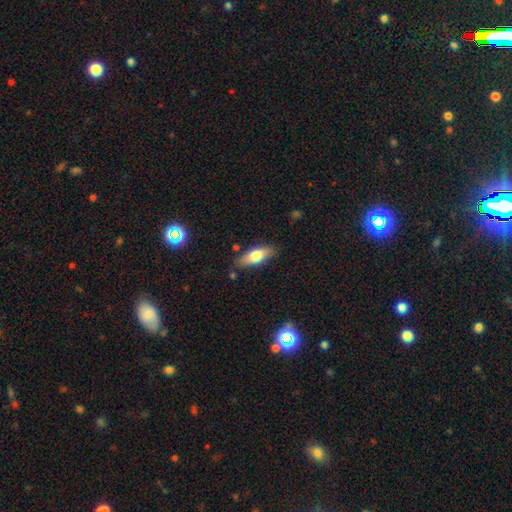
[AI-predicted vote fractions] Overall: smooth (67%). How rounded: in between (71%). Merging: none (82%).